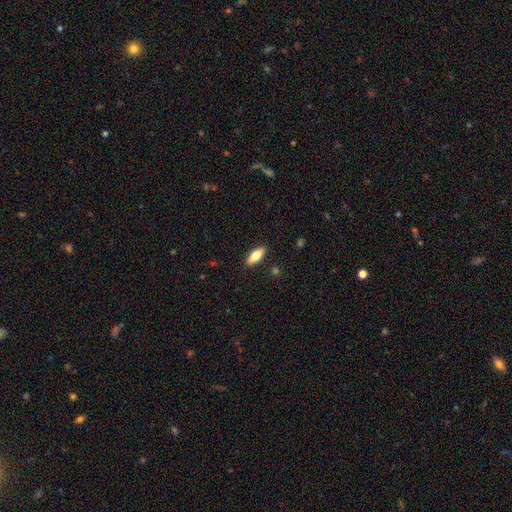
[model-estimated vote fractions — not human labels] Smooth or featured? smooth (71%)
How rounded? in between (72%)
Merging? none (89%)